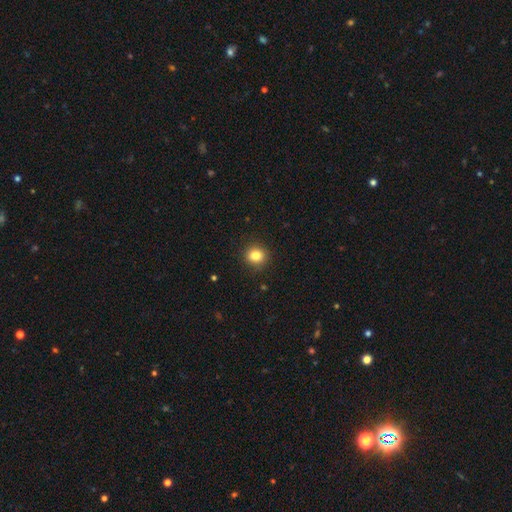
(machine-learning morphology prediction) Smooth or featured? Predicted: smooth (p=0.83). How rounded? Predicted: round (p=0.87). Merging? Predicted: none (p=0.91).